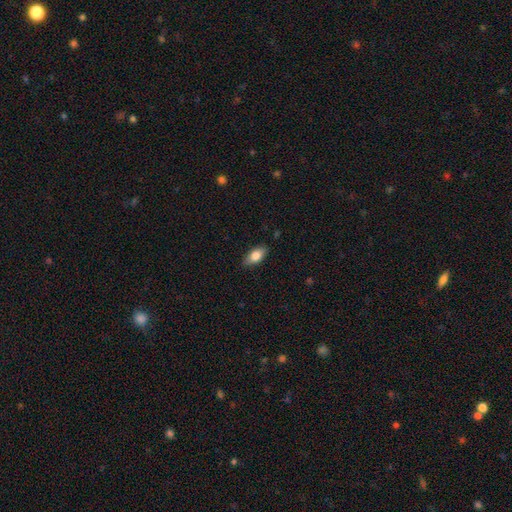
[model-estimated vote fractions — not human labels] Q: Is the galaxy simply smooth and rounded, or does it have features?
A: smooth — 78%.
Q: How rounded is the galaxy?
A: in between — 87%.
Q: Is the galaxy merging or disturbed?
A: none — 85%.